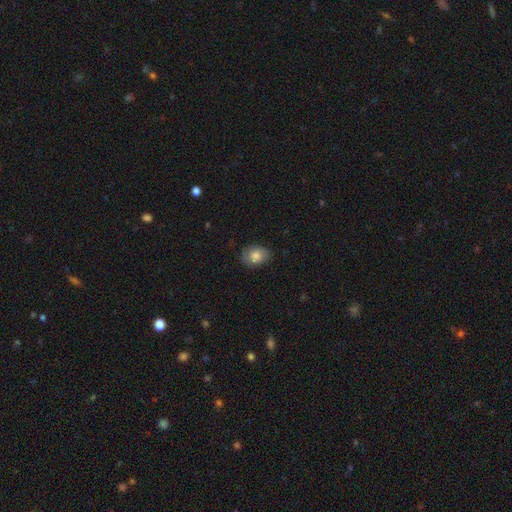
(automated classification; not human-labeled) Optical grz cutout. It shows a smooth galaxy with no disk features (78%) that is in between round and cigar-shaped (69%). Merging: none (76%).